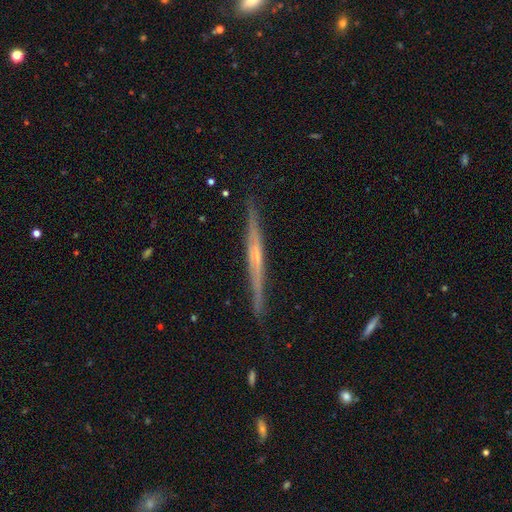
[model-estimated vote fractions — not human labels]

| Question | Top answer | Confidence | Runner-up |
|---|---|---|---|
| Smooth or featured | featured or disk | 78% | smooth (16%) |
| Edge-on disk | yes | 98% | no (2%) |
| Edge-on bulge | rounded | 58% | none (35%) |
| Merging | none | 90% | minor disturbance (7%) |